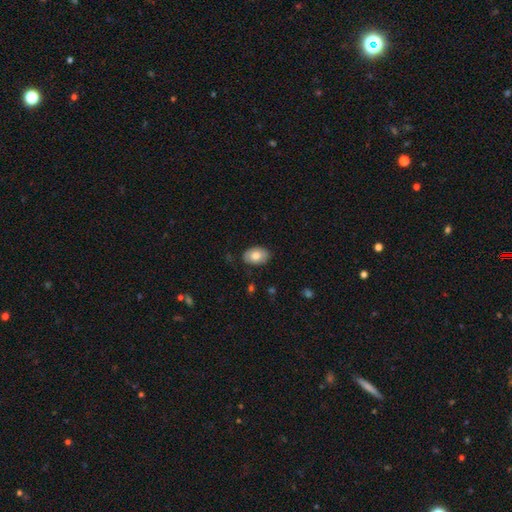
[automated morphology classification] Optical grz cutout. It shows a smooth galaxy with no disk features (77%) that is in between round and cigar-shaped (87%). Merging: none (83%).